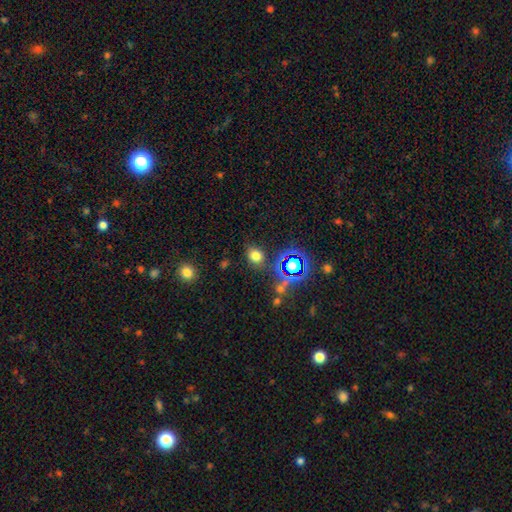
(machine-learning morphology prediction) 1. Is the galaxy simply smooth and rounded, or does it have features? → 70% smooth, 22% star or artifact, 8% featured or disk.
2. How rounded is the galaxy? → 58% round, 41% in between, 1% cigar-shaped.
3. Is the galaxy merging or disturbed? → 80% none, 11% minor disturbance, 4% merger, 4% major disturbance.